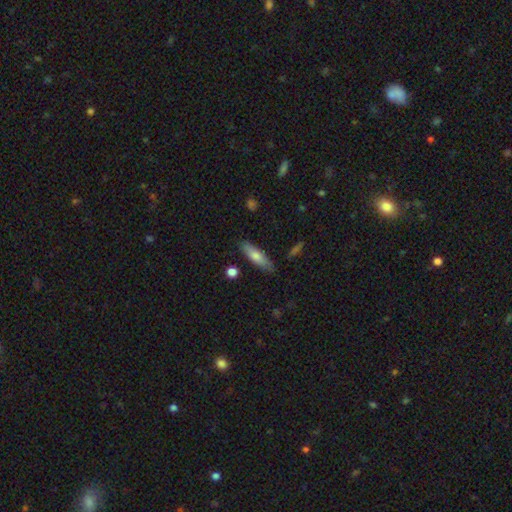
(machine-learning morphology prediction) Smooth or featured? smooth (72%)
How rounded? cigar-shaped (63%)
Merging? none (83%)